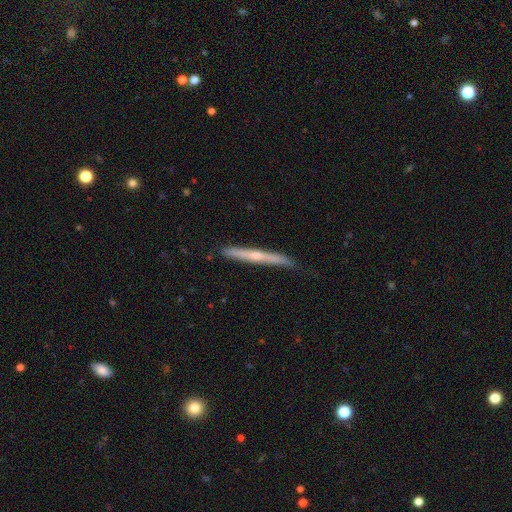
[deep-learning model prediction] Smooth or featured?
  - featured or disk: 57% *
  - smooth: 37%
  - star or artifact: 6%
Edge-on disk?
  - yes: 96% *
  - no: 4%
Edge-on bulge?
  - rounded: 57% *
  - none: 40%
  - boxy: 4%
Merging?
  - none: 81% *
  - minor disturbance: 16%
  - major disturbance: 2%
  - merger: 1%